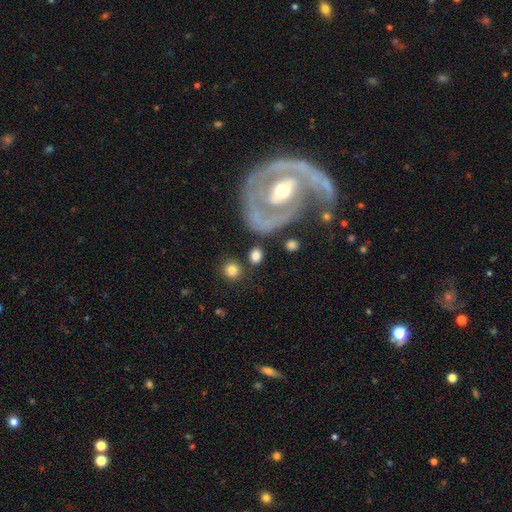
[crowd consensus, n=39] smooth-or-featured: smooth: 90% | featured or disk: 10% | star or artifact: 0%
  how-rounded: round: 54% | in between: 46% | cigar-shaped: 0%
  merging: none: 72% | minor disturbance: 10% | major disturbance: 10% | merger: 8%